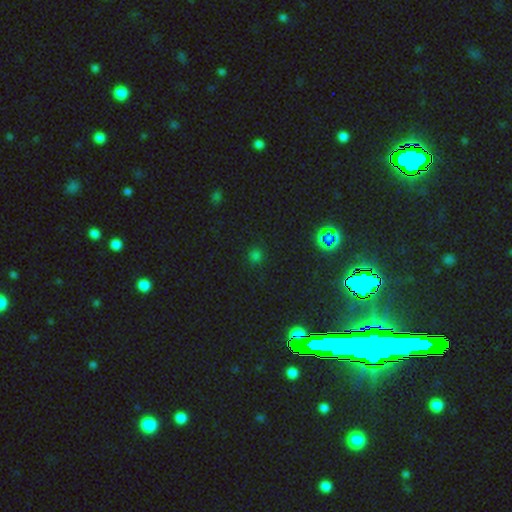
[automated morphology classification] Q: Smooth or featured?
A: smooth (64%); runner-up: star or artifact (31%)
Q: How rounded?
A: round (89%); runner-up: in between (9%)
Q: Merging?
A: none (87%); runner-up: minor disturbance (8%)